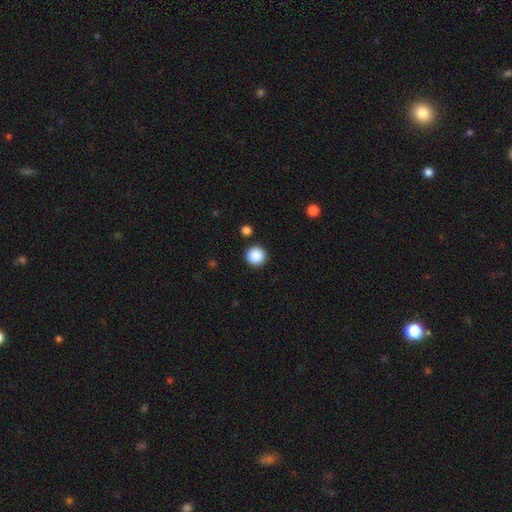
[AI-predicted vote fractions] A smooth galaxy with no disk features (88%) that is round (95%).

Vote fractions:
- Smooth or featured? smooth: 88% / star or artifact: 9% / featured or disk: 3%
- How rounded? round: 95% / in between: 4% / cigar-shaped: 1%
- Merging? none: 91% / minor disturbance: 5% / merger: 2% / major disturbance: 2%